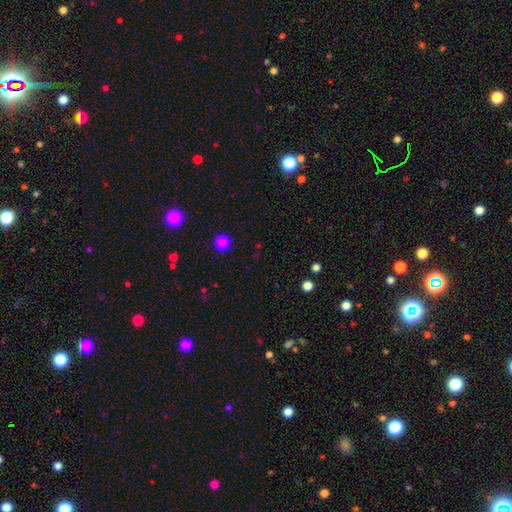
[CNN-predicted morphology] Overall: smooth (65%; star or artifact 31%). How rounded: round (90%). Merging: none (90%).